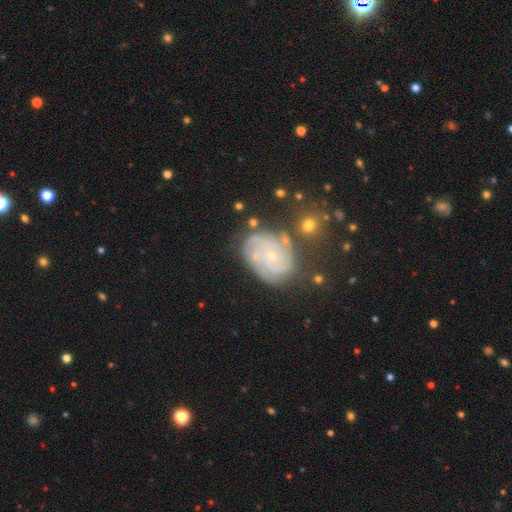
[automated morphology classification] A featured or disk galaxy (84%) with no bar (76%), 3 (30%) tight (73%) spiral arms (96%) and a small central bulge (74%). Merging: none (68%).